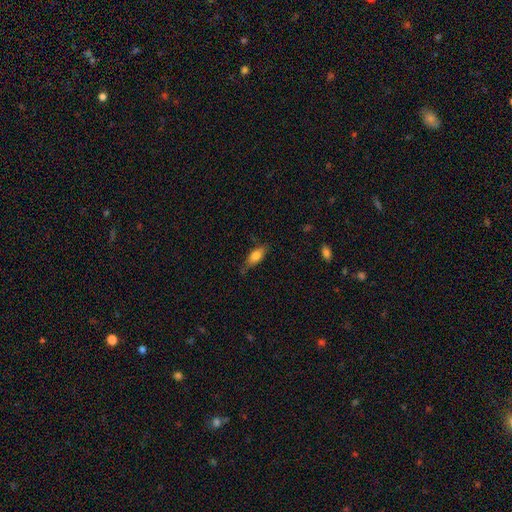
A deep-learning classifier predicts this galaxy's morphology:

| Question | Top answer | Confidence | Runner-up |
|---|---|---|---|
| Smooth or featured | smooth | 73% | featured or disk (19%) |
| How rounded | in between | 77% | cigar-shaped (19%) |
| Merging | none | 65% | minor disturbance (26%) |